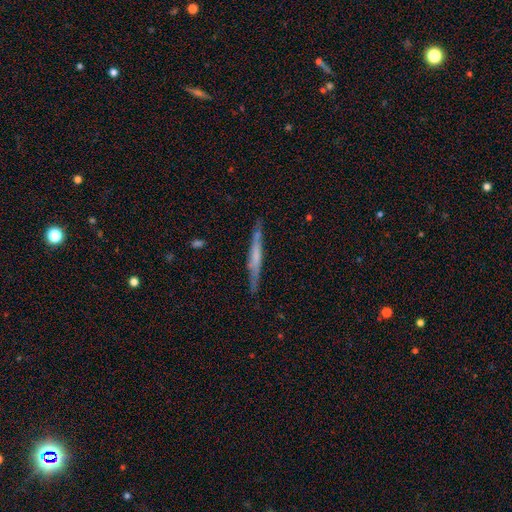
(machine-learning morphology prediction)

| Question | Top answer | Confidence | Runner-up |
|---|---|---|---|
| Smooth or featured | featured or disk | 56% | smooth (38%) |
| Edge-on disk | yes | 92% | no (8%) |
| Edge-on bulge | none | 60% | rounded (20%) |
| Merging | none | 82% | minor disturbance (13%) |